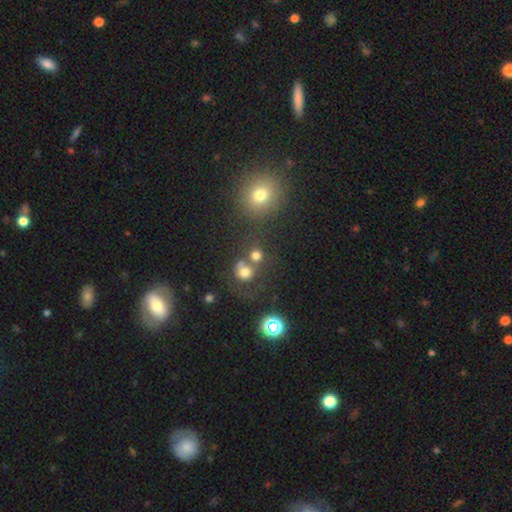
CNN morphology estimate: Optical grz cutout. It shows a smooth galaxy with no disk features (70%) that is round (82%). Merging: none (47%).